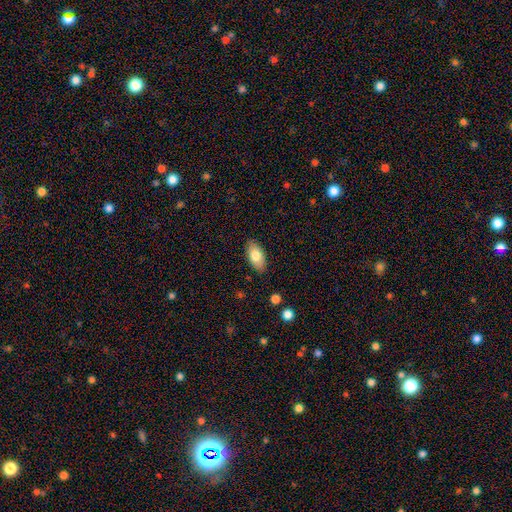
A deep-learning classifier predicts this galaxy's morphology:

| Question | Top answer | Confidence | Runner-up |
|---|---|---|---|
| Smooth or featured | smooth | 77% | featured or disk (16%) |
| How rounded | in between | 93% | cigar-shaped (3%) |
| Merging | none | 86% | minor disturbance (10%) |